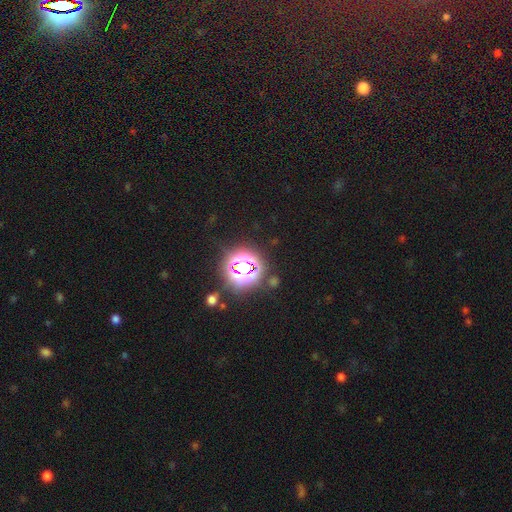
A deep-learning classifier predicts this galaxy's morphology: A star or artifact, not a galaxy (73%).